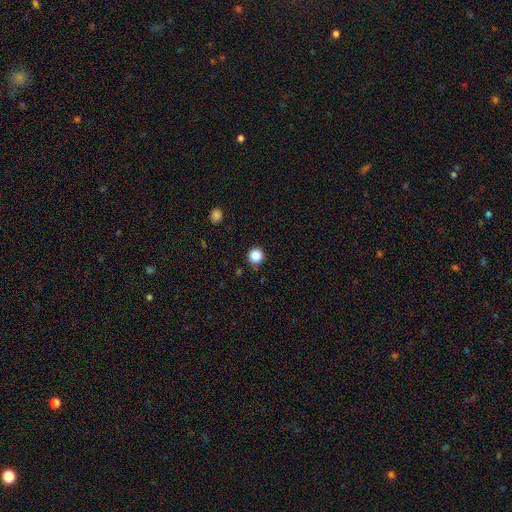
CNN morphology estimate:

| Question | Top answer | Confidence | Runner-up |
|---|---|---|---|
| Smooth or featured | smooth | 86% | star or artifact (11%) |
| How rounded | round | 95% | in between (4%) |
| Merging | none | 88% | minor disturbance (8%) |